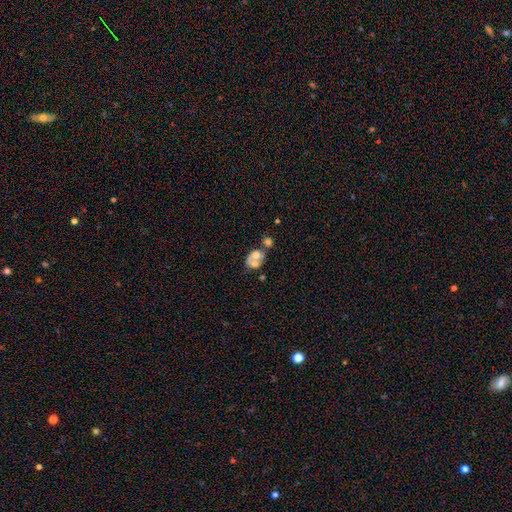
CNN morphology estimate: Overall: smooth (54%; featured or disk 36%). How rounded: in between (57%; round 42%). Merging: merger (62%).